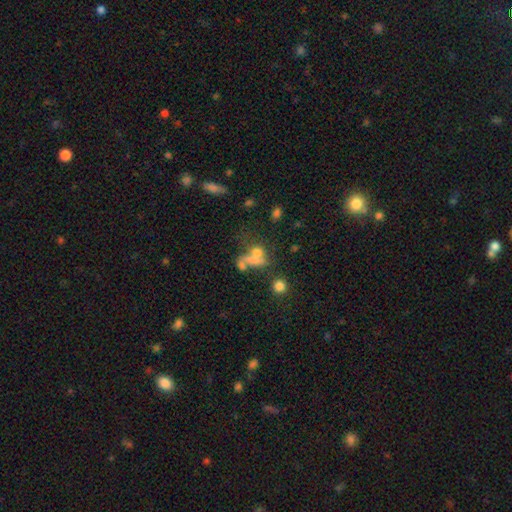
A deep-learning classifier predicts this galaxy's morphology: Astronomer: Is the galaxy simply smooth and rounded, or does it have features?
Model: smooth — 55%.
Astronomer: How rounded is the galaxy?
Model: in between — 54% (runner-up: round, 40%).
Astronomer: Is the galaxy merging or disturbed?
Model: merger — 47% (runner-up: none, 24%).